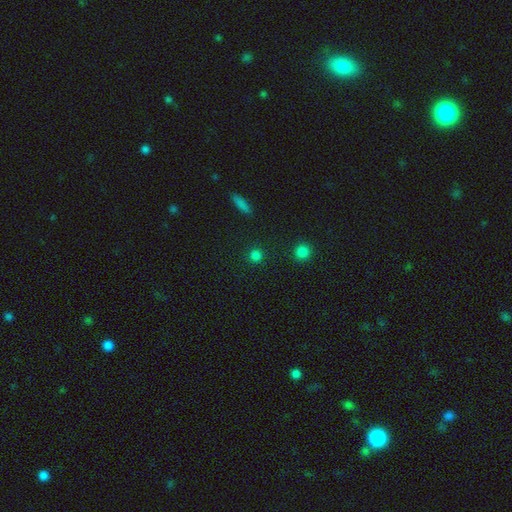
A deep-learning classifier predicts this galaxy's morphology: smooth-or-featured: smooth: 80% | star or artifact: 17% | featured or disk: 4%
  how-rounded: round: 92% | in between: 6% | cigar-shaped: 1%
  merging: none: 89% | minor disturbance: 6% | merger: 3% | major disturbance: 2%